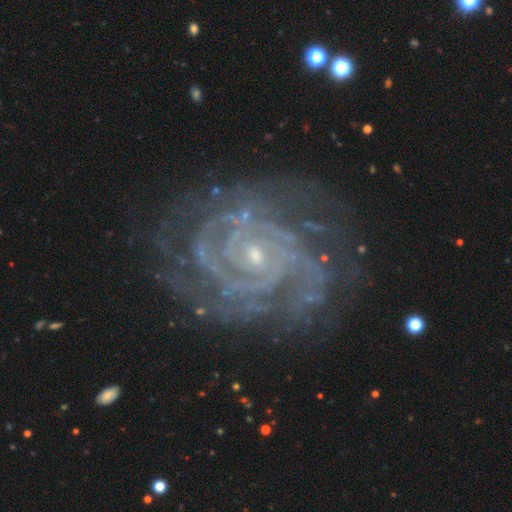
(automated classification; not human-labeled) Smooth or featured: featured or disk — 91% (star or artifact — 6%)
Edge-on disk: no — 98% (yes — 2%)
Bar: no — 67% (weak — 24%)
Spiral arms: yes — 98% (no — 2%)
Spiral winding: tight — 79% (medium — 18%)
Spiral arm count: 2 — 27% (can't tell — 20%)
Bulge size: small — 82% (moderate — 14%)
Merging: none — 76% (minor disturbance — 16%)